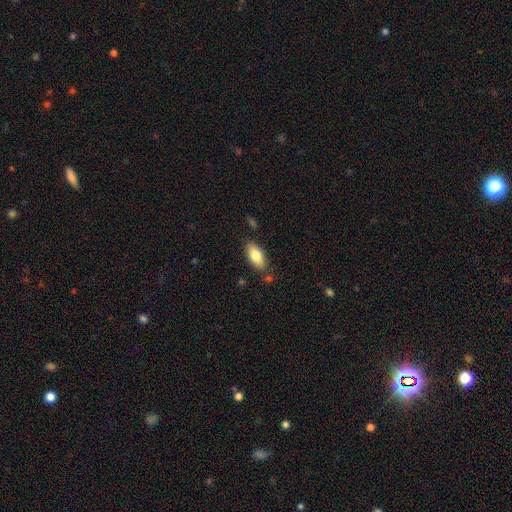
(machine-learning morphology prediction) Overall: smooth (80%). How rounded: in between (88%). Merging: none (81%).